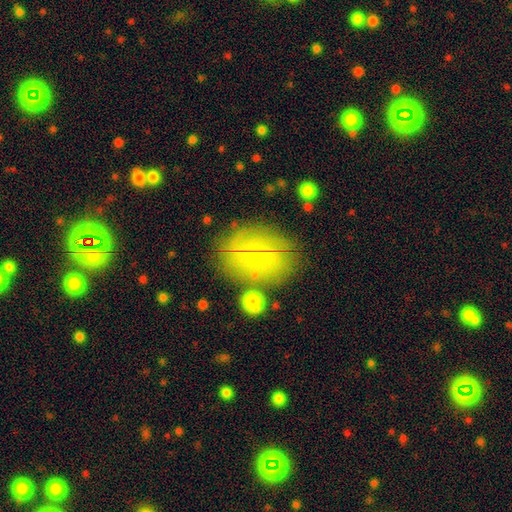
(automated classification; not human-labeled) Overall: featured or disk (49%; smooth 39%). Merging: none (74%).